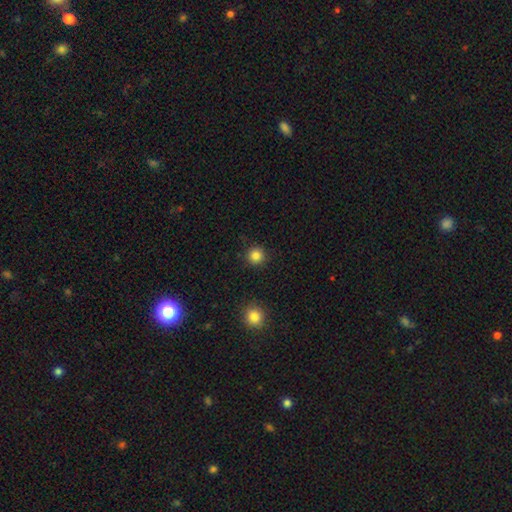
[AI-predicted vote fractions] The model was most divided on "smooth or featured": smooth: 84%, star or artifact: 11%, featured or disk: 4%. More confident: how rounded — round (95%); merging — none (91%).